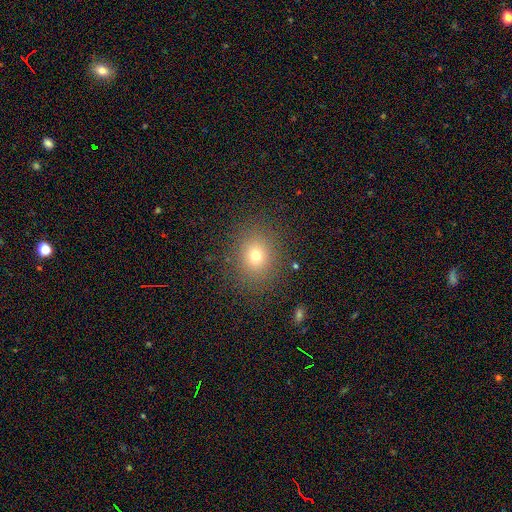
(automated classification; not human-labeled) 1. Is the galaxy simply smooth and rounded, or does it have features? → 72% smooth, 17% star or artifact, 11% featured or disk.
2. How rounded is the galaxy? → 66% round, 33% in between, 1% cigar-shaped.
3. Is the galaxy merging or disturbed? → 85% none, 9% minor disturbance, 4% major disturbance, 1% merger.